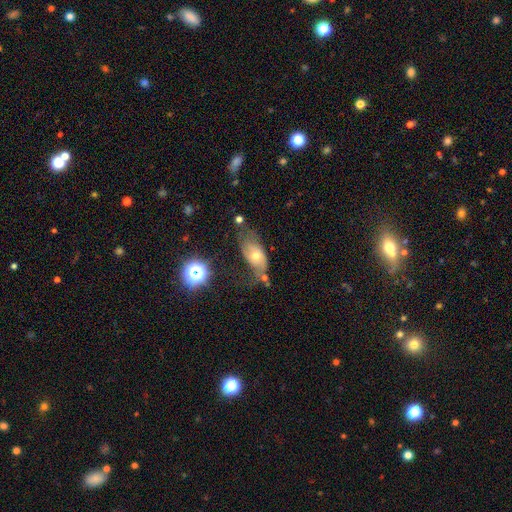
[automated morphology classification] smooth_or_featured: smooth (p=0.46) [alt: featured or disk p=0.43]
merging: none (p=0.35) [alt: minor disturbance p=0.29]